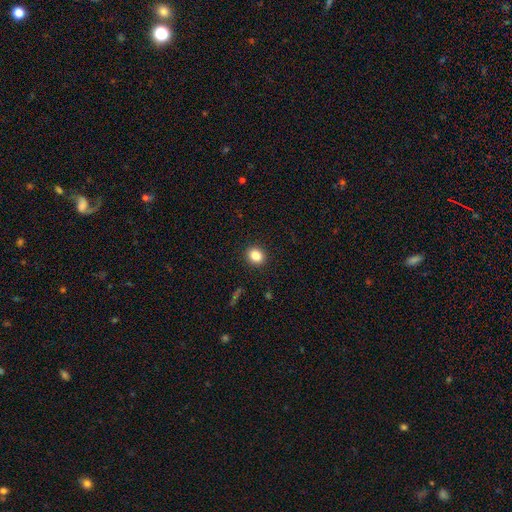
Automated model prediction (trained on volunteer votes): Smooth or featured? Predicted: smooth (p=0.85). How rounded? Predicted: round (p=0.70). Merging? Predicted: none (p=0.91).